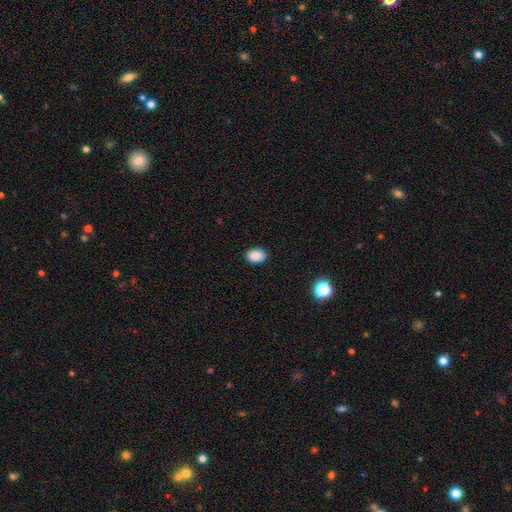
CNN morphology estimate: Smooth or featured? Predicted: smooth (p=0.89). How rounded? Predicted: in between (p=0.77). Merging? Predicted: none (p=0.88).